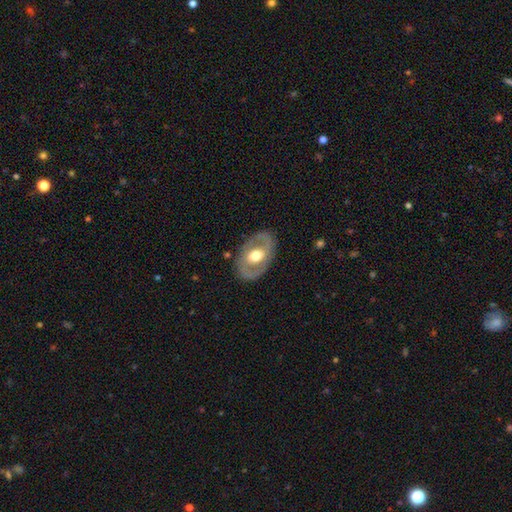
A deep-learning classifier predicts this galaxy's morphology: smooth-or-featured: featured or disk: 66% | smooth: 29% | star or artifact: 5%
  disk-edge-on: no: 93% | yes: 7%
    bar: no: 60% | weak: 28% | strong: 12%
    has-spiral-arms: no: 57% | yes: 43%
    bulge-size: moderate: 67% | large: 26% | small: 5% | dominant: 1% | none: 1%
  merging: none: 82% | minor disturbance: 12% | major disturbance: 5% | merger: 1%